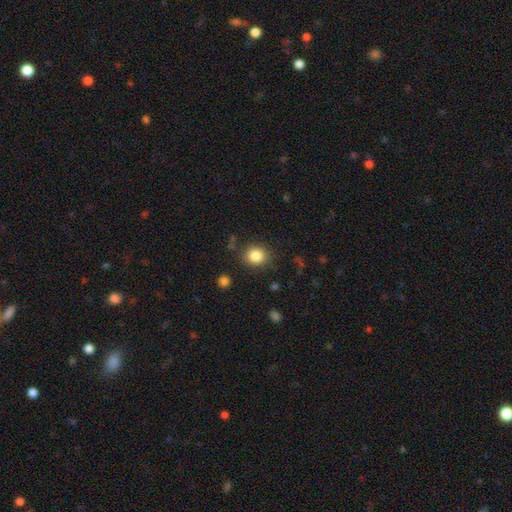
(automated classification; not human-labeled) Morphology: type=smooth (84%); roundness=round (77%); merging=none (86%).